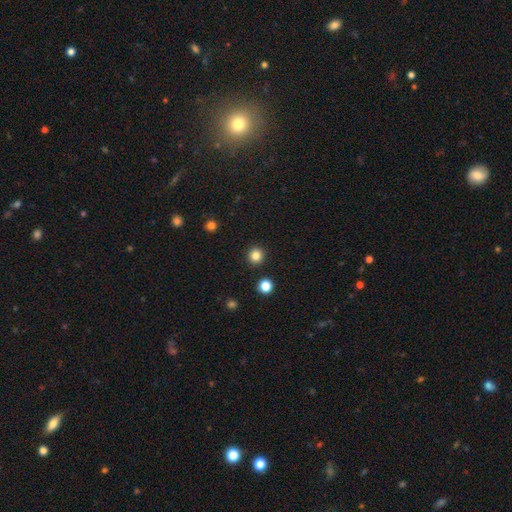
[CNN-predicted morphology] Smooth or featured? Predicted: smooth (p=0.84). How rounded? Predicted: round (p=0.93). Merging? Predicted: none (p=0.92).